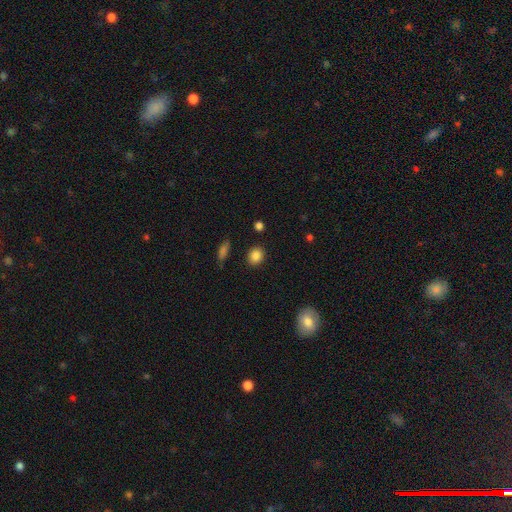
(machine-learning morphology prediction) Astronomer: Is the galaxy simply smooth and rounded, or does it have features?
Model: smooth — 86%.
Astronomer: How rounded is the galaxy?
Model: round — 62%.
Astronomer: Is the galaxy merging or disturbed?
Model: none — 87%.